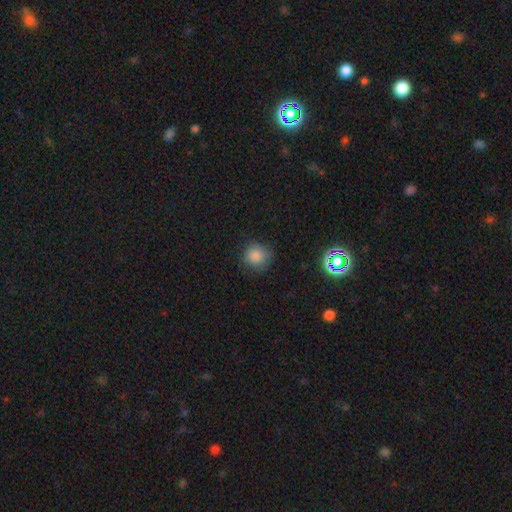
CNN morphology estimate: A smooth galaxy with no disk features (84%) that is round (89%).

Vote fractions:
- Smooth or featured? smooth: 84% / star or artifact: 11% / featured or disk: 5%
- How rounded? round: 89% / in between: 10% / cigar-shaped: 1%
- Merging? none: 78% / minor disturbance: 16% / major disturbance: 4% / merger: 1%